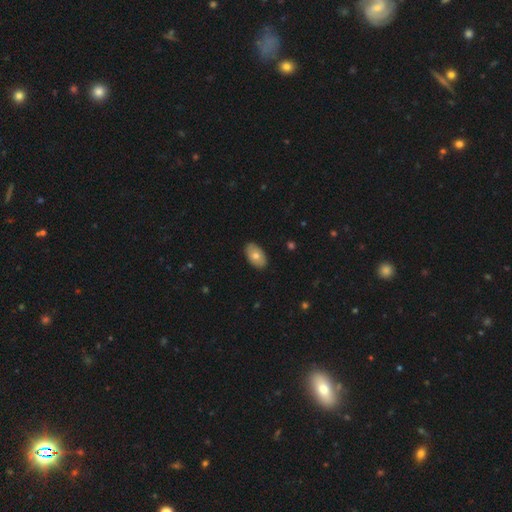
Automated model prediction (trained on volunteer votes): smooth_or_featured: smooth (p=0.71) [alt: featured or disk p=0.23]
how_rounded: in between (p=0.93) [alt: round p=0.05]
merging: none (p=0.88) [alt: minor disturbance p=0.10]